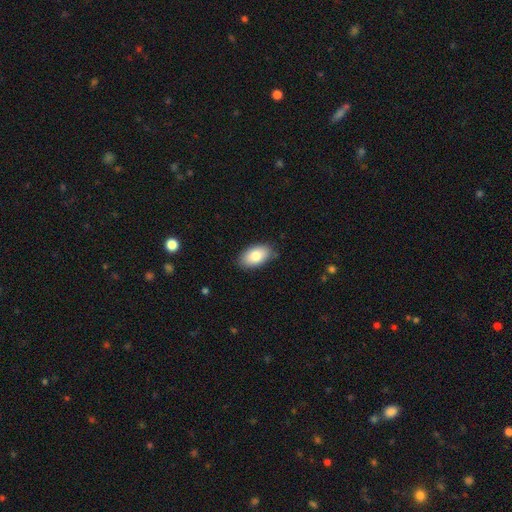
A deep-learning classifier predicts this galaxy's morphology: Smooth or featured? Predicted: smooth (p=0.81). How rounded? Predicted: in between (p=0.94). Merging? Predicted: none (p=0.81).